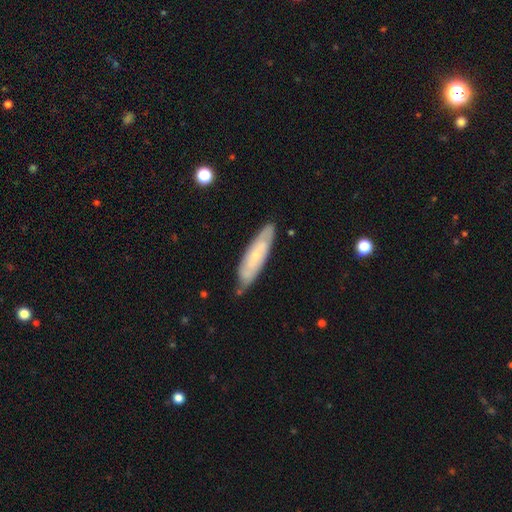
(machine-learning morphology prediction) Smooth or featured?
  - featured or disk: 51% *
  - smooth: 42%
  - star or artifact: 7%
Edge-on disk?
  - no: 65% *
  - yes: 35%
Merging?
  - none: 76% *
  - minor disturbance: 19%
  - major disturbance: 3%
  - merger: 2%